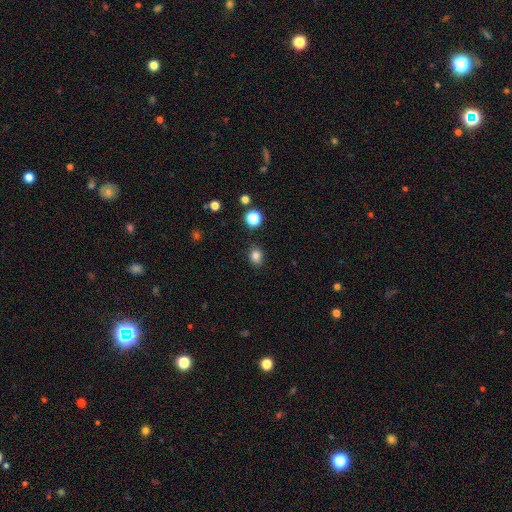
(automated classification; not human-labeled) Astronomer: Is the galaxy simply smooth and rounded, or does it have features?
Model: smooth — 82%.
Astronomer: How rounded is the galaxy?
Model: round — 55% (runner-up: in between, 44%).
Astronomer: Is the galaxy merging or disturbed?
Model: none — 86%.